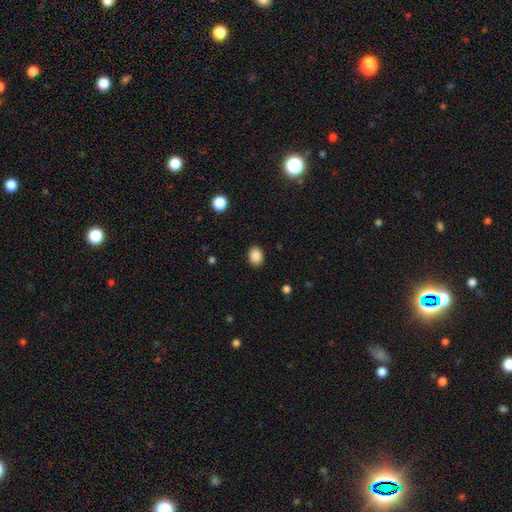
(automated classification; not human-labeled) Smooth or featured? smooth (88%)
How rounded? in between (58%)
Merging? none (89%)